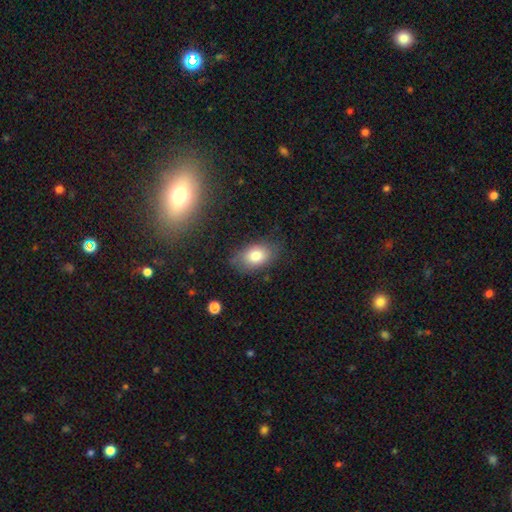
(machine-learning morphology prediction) The model was most divided on "merging": none: 76%, minor disturbance: 17%, major disturbance: 5%, merger: 2%. More confident: how rounded — in between (84%); smooth or featured — smooth (80%).